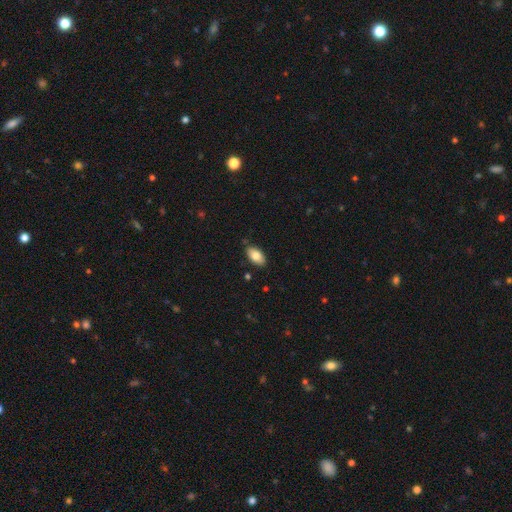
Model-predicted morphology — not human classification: A smooth galaxy with no disk features (81%) that is in between round and cigar-shaped (94%). Merging: none (84%).